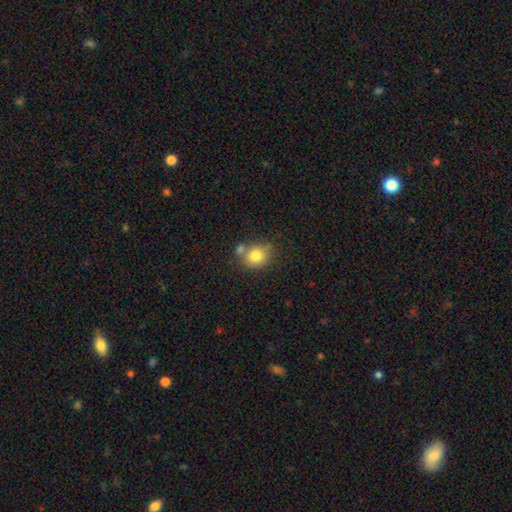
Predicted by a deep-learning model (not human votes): A smooth galaxy with no disk features (79%) that is round (70%). Merging: none (56%).